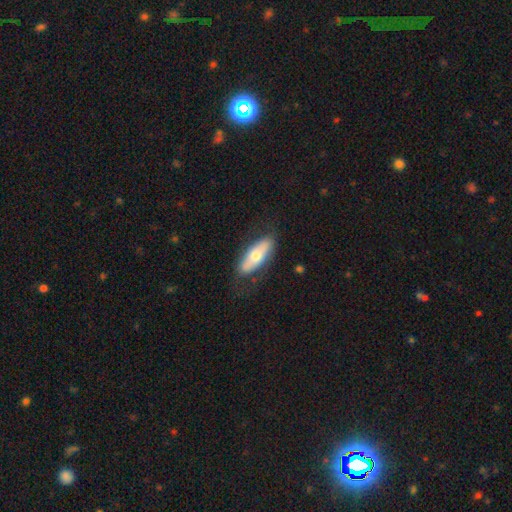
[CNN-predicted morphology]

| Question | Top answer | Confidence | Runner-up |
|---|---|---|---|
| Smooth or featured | smooth | 59% | featured or disk (36%) |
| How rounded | in between | 66% | cigar-shaped (31%) |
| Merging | none | 79% | minor disturbance (15%) |